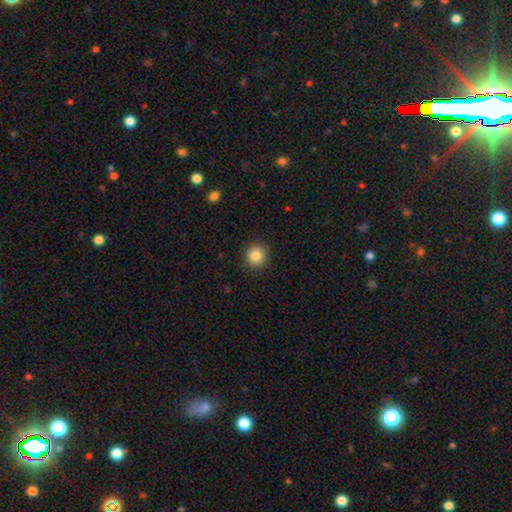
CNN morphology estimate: type=smooth (85%); roundness=round (87%); merging=none (90%).